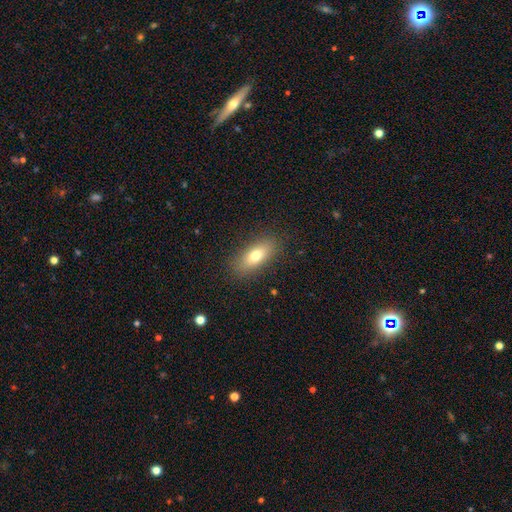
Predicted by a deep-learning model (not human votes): This appears to be a smooth galaxy with no disk features (73%) that is in between round and cigar-shaped (74%). Merging: none (87%).